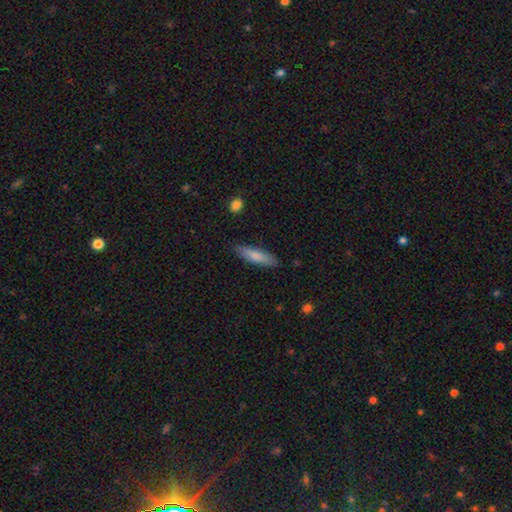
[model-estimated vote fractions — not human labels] Smooth or featured: smooth — 78% (featured or disk — 16%)
How rounded: cigar-shaped — 68% (in between — 31%)
Merging: none — 84% (minor disturbance — 12%)